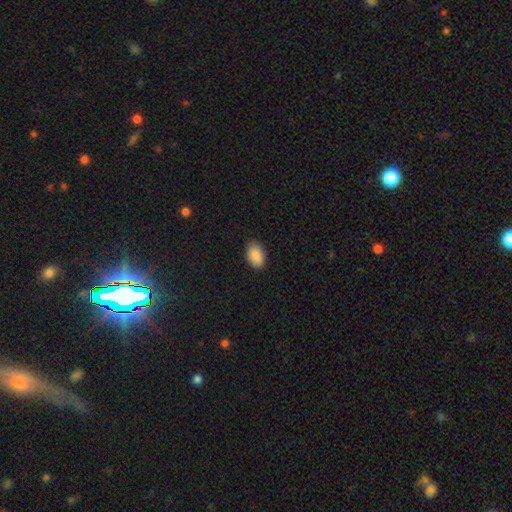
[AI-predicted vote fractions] Morphology: type=smooth (90%); roundness=in between (90%); merging=none (85%).